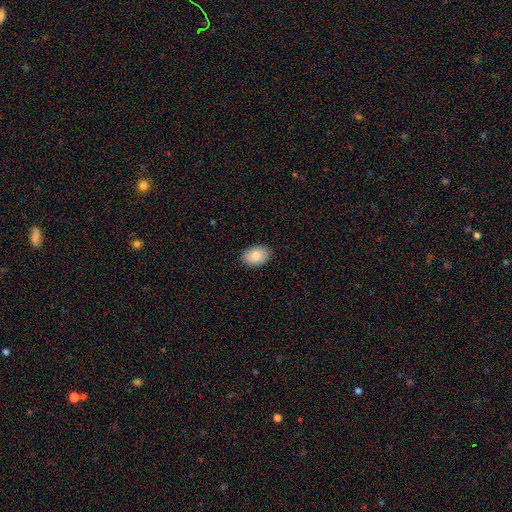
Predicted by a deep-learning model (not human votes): Smooth or featured: smooth — 85% (featured or disk — 8%)
How rounded: in between — 86% (round — 13%)
Merging: none — 88% (minor disturbance — 9%)